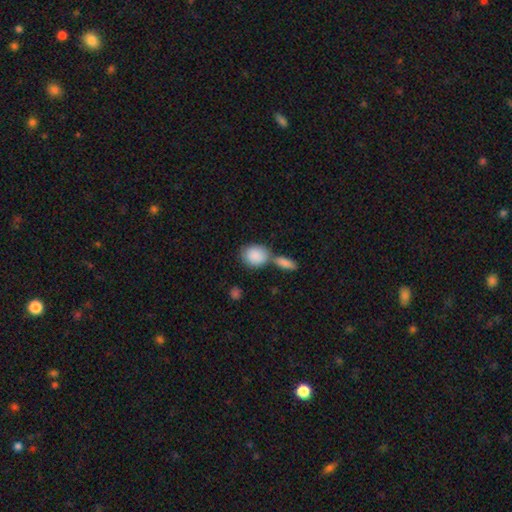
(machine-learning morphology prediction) A smooth galaxy with no disk features (88%) that is round (49%, tied with in between).

Vote fractions:
- Smooth or featured? smooth: 88% / featured or disk: 6% / star or artifact: 6%
- How rounded? round: 49% (tied) / in between: 49% (tied) / cigar-shaped: 2%
- Merging? none: 45% / merger: 39% / minor disturbance: 11% / major disturbance: 4%